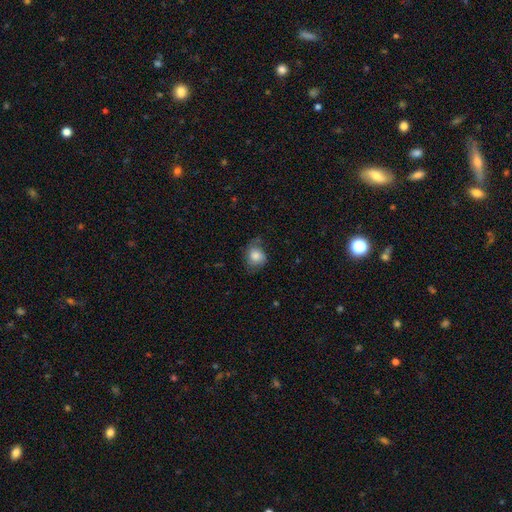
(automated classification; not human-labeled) Overall: smooth (77%). How rounded: round (64%; in between 35%). Merging: none (58%; minor disturbance 30%).